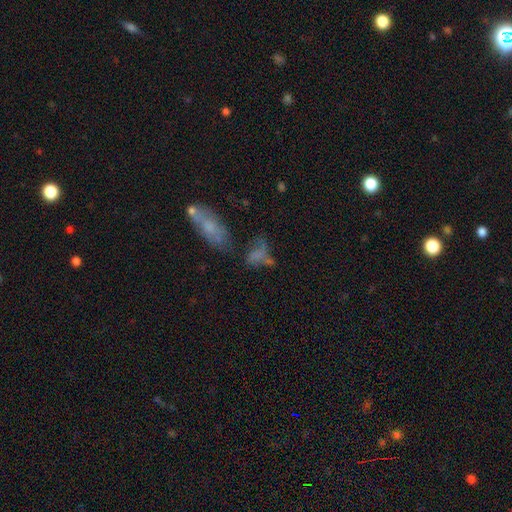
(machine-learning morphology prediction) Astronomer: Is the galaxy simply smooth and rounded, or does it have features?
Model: smooth — 55%.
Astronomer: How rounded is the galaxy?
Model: in between — 71%.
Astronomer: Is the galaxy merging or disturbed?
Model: none — 36% (runner-up: merger, 26%).